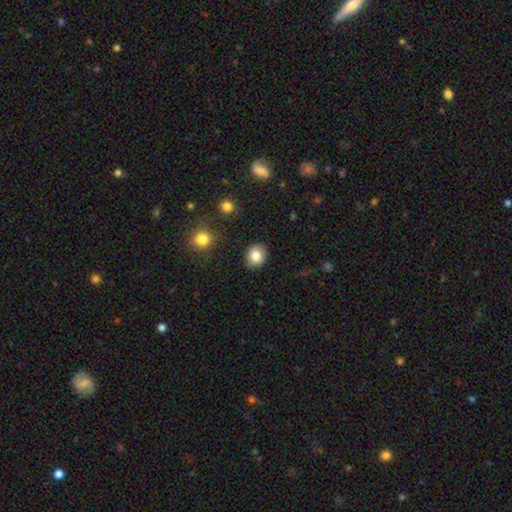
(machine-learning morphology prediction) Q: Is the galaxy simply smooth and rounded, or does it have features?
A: smooth — 85%.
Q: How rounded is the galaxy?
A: round — 68%.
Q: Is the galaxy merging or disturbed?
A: none — 90%.